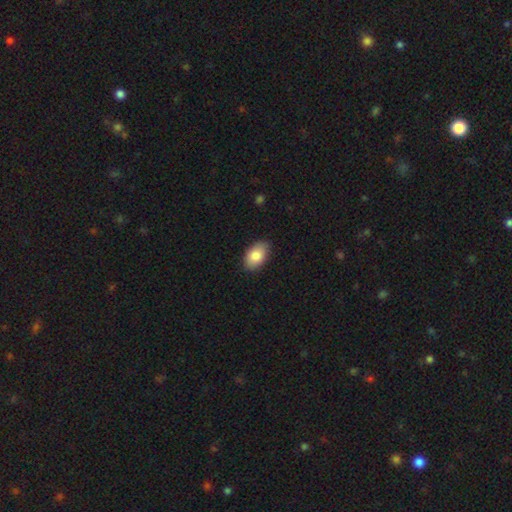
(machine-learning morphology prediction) smooth 84%, featured or disk 9%, star or artifact 7%. Down the decision tree: how rounded — in between (92%); merging — none (85%).